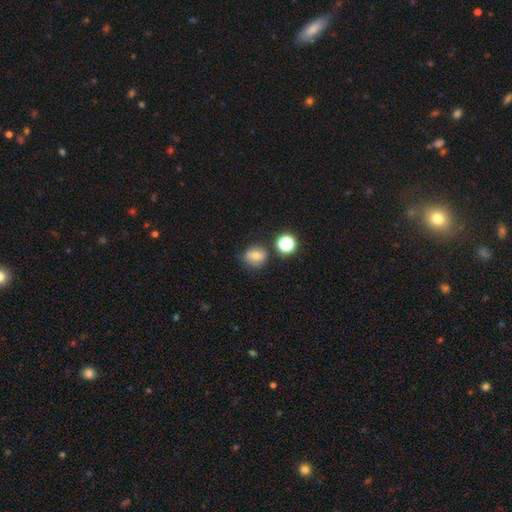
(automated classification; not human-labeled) A smooth galaxy with no disk features (72%) that is round (76%).

Vote fractions:
- Smooth or featured? smooth: 72% / star or artifact: 15% / featured or disk: 13%
- How rounded? round: 76% / in between: 23% / cigar-shaped: 1%
- Merging? none: 74% / minor disturbance: 15% / merger: 7% / major disturbance: 4%